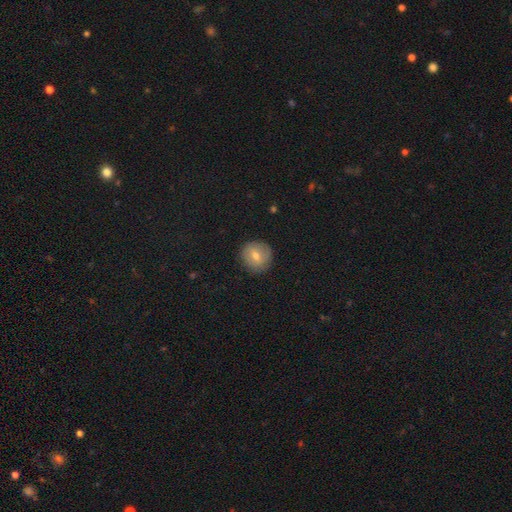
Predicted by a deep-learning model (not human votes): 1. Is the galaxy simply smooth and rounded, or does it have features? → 59% smooth, 30% featured or disk, 11% star or artifact.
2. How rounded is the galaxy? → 91% round, 8% in between, 1% cigar-shaped.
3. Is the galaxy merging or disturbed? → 88% none, 9% minor disturbance, 2% major disturbance, 1% merger.